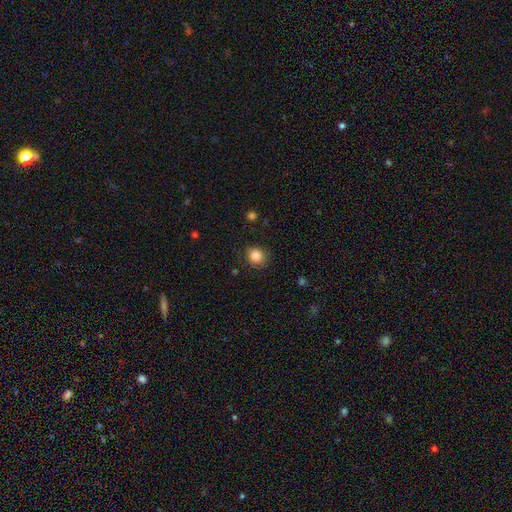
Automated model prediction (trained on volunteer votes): A smooth galaxy with no disk features (85%) that is round (75%). Merging: none (83%).